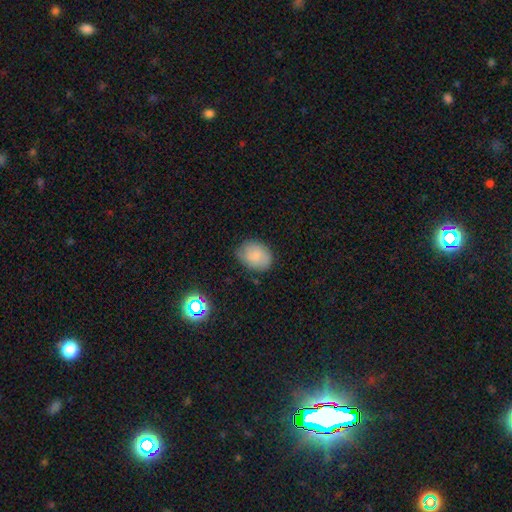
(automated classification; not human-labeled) This is clearly a smooth galaxy (81%). How rounded: possibly in between (56%). Merging: likely none (74%).